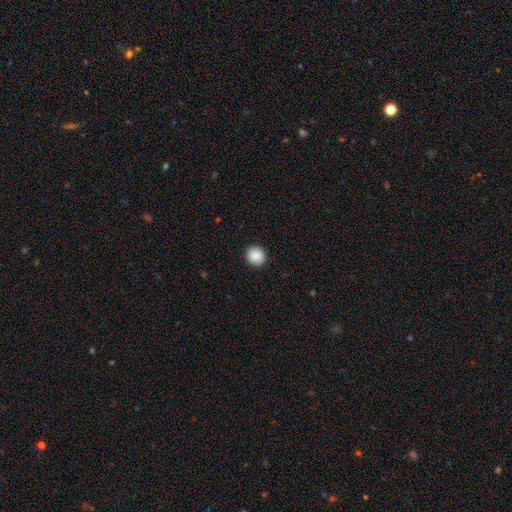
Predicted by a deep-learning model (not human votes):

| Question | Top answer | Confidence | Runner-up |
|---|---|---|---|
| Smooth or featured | smooth | 89% | star or artifact (8%) |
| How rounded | round | 83% | in between (16%) |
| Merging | none | 92% | minor disturbance (6%) |